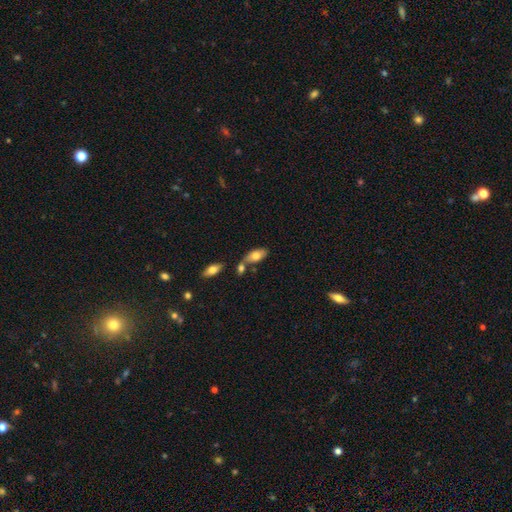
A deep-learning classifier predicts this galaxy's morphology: Q: Smooth or featured?
A: smooth (73%); runner-up: featured or disk (21%)
Q: How rounded?
A: in between (89%); runner-up: cigar-shaped (9%)
Q: Merging?
A: none (53%); runner-up: merger (27%)